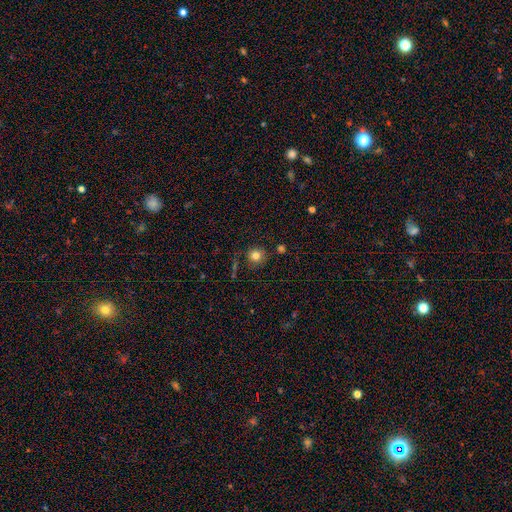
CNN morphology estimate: Smooth or featured?
  - smooth: 79% *
  - star or artifact: 12%
  - featured or disk: 8%
How rounded?
  - round: 92% *
  - in between: 7%
  - cigar-shaped: 1%
Merging?
  - none: 81% *
  - minor disturbance: 11%
  - merger: 4%
  - major disturbance: 4%